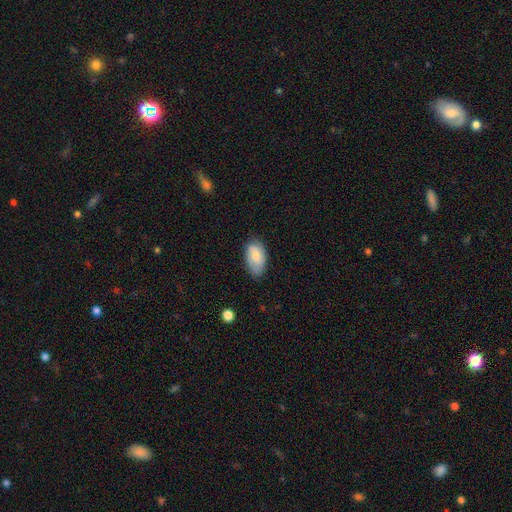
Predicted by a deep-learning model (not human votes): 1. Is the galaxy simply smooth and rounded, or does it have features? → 70% smooth, 23% featured or disk, 6% star or artifact.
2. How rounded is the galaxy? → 93% in between, 5% round, 2% cigar-shaped.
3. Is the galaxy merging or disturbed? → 72% none, 23% minor disturbance, 4% major disturbance, 1% merger.